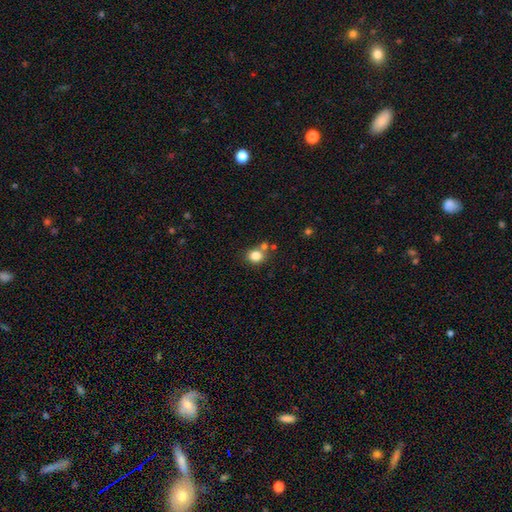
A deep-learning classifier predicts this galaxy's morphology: Q: Smooth or featured?
A: smooth (83%); runner-up: star or artifact (11%)
Q: How rounded?
A: round (72%); runner-up: in between (27%)
Q: Merging?
A: none (67%); runner-up: merger (18%)